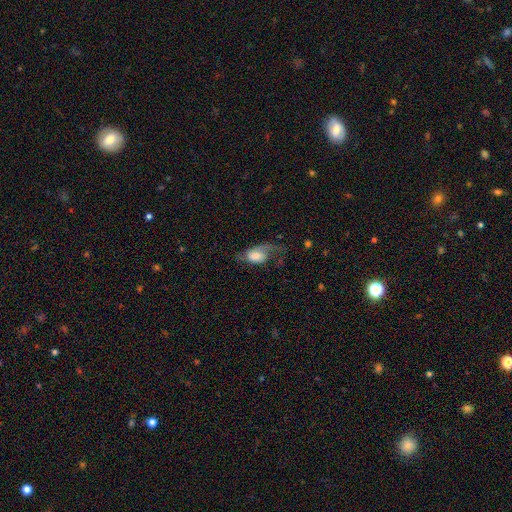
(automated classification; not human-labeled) Smooth or featured?
  - featured or disk: 49% *
  - smooth: 43%
  - star or artifact: 8%
Merging?
  - major disturbance: 41% *
  - none: 34%
  - minor disturbance: 23%
  - merger: 3%